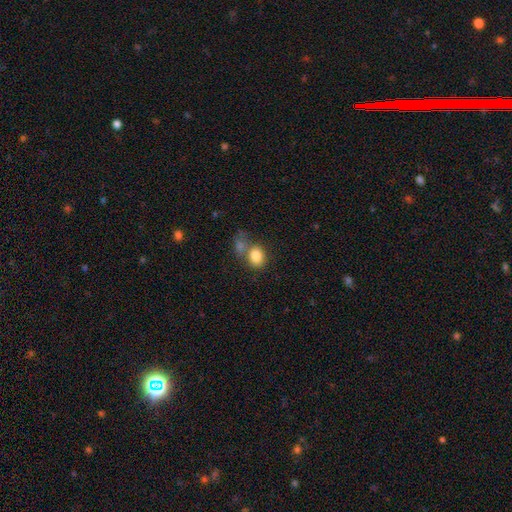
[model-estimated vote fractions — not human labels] smooth-or-featured: smooth: 82% | star or artifact: 9% | featured or disk: 8%
  how-rounded: in between: 51% | round: 48% | cigar-shaped: 1%
  merging: none: 47% | merger: 32% | minor disturbance: 14% | major disturbance: 7%